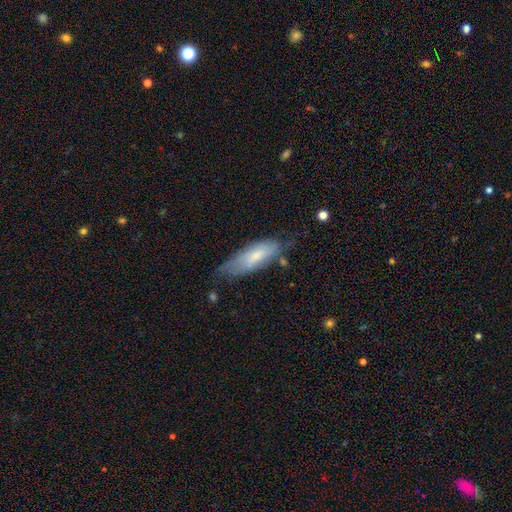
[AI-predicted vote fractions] Smooth or featured? Predicted: smooth (p=0.63). How rounded? Predicted: in between (p=0.60). Merging? Predicted: none (p=0.56).